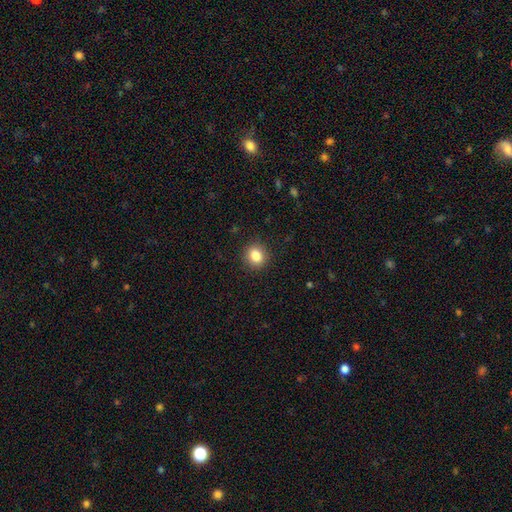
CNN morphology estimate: Overall: smooth (84%). How rounded: round (78%). Merging: none (90%).